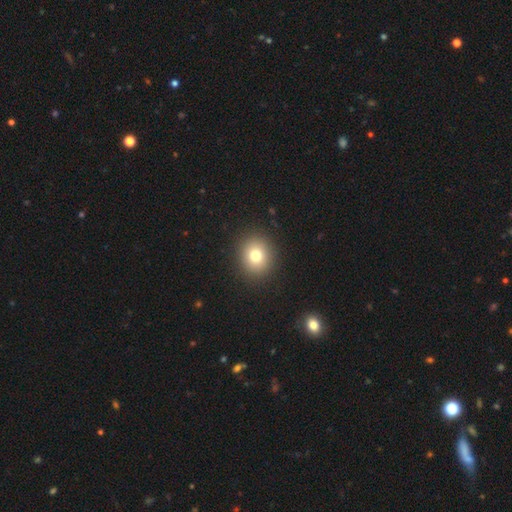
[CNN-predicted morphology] This is likely a smooth galaxy (77%). How rounded: likely round (77%). Merging: clearly none (91%).